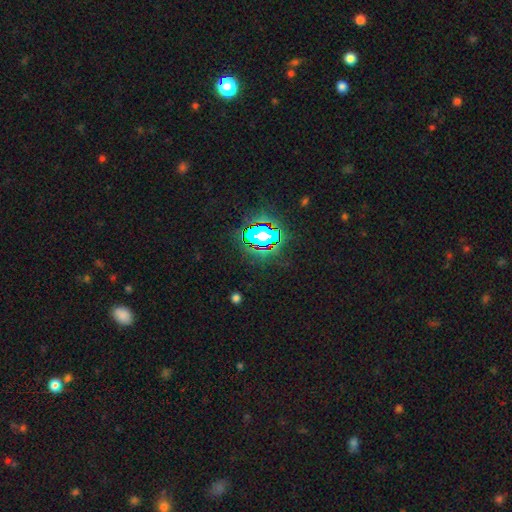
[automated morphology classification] A star or artifact, not a galaxy (81%).